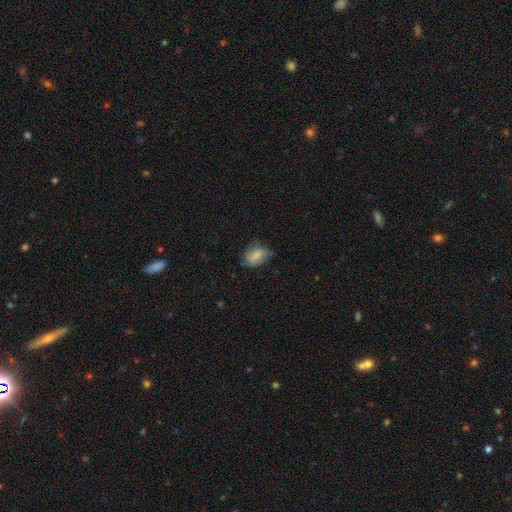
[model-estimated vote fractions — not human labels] This is likely a smooth galaxy (69%). How rounded: likely in between (78%). Merging: marginally none (44%).